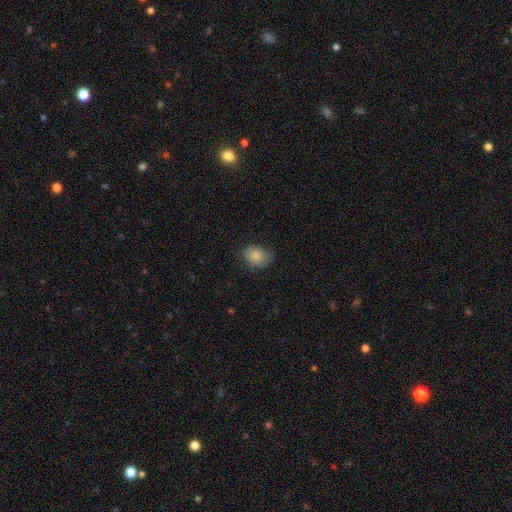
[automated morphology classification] Smooth or featured? smooth (83%)
How rounded? in between (50%)
Merging? none (66%)